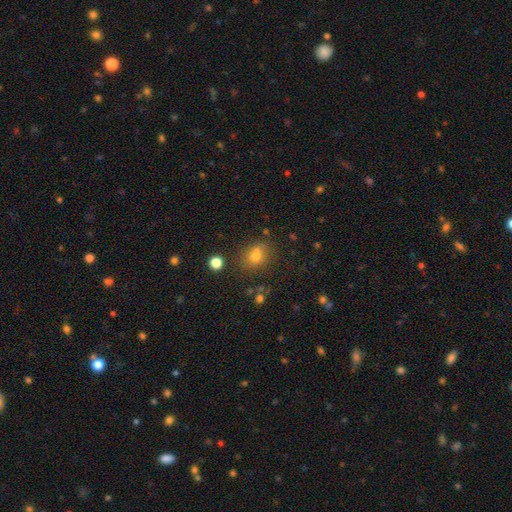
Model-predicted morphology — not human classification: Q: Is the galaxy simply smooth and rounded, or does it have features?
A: smooth — 71%.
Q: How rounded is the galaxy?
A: round — 59%.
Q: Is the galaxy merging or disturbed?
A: none — 70%.